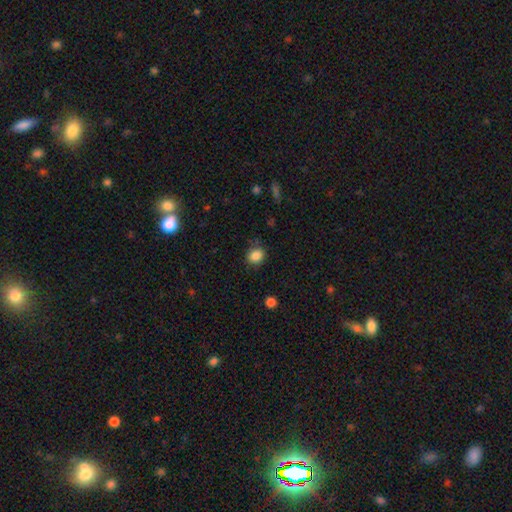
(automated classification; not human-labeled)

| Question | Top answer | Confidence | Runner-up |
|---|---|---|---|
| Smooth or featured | smooth | 86% | star or artifact (10%) |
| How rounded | round | 61% | in between (38%) |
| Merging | none | 81% | minor disturbance (14%) |